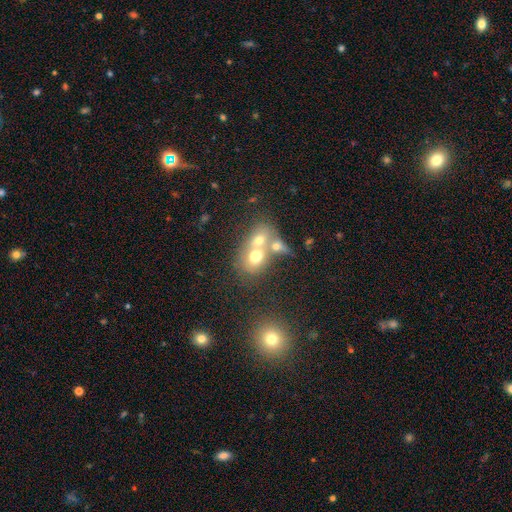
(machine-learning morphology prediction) A smooth galaxy with no disk features (62%) that is round (49%, tied with in between). Merging: merger (66%).